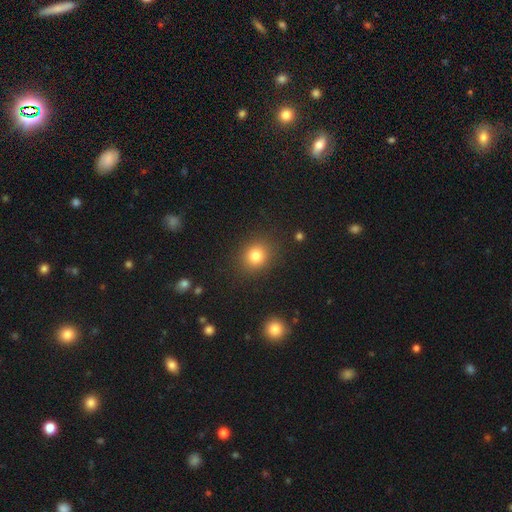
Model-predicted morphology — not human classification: This is clearly a smooth galaxy (82%). How rounded: likely round (77%). Merging: clearly none (87%).